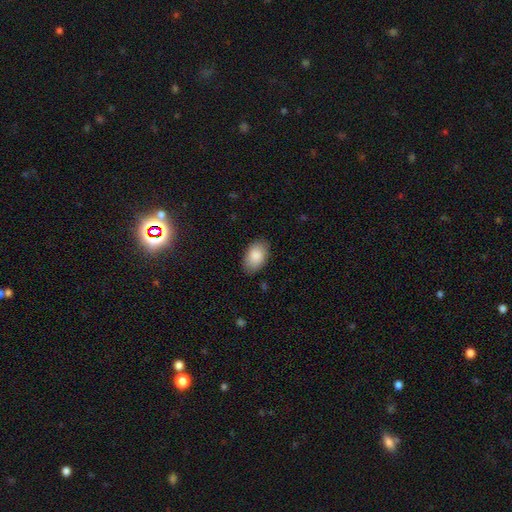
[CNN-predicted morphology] Overall: smooth (88%). How rounded: in between (92%). Merging: none (84%).